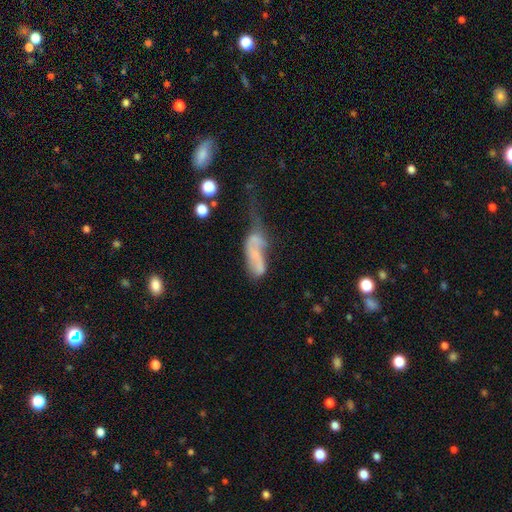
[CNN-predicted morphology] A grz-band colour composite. It shows a smooth galaxy with no disk features (44%). Merging: major disturbance (42%).